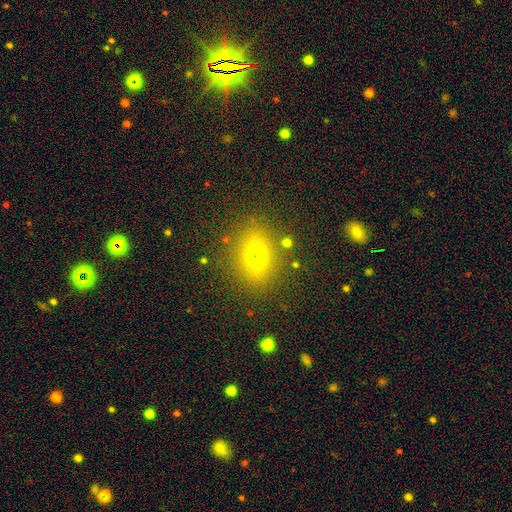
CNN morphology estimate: smooth_or_featured: smooth (p=0.65) [alt: star or artifact p=0.20]
how_rounded: in between (p=0.56) [alt: round p=0.41]
merging: none (p=0.76) [alt: minor disturbance p=0.10]